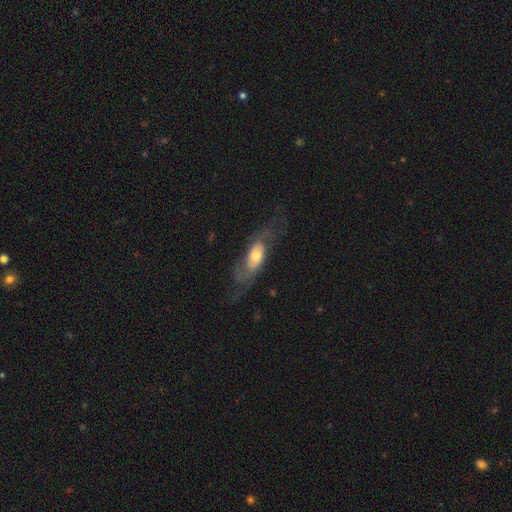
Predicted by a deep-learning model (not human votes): Smooth or featured? featured or disk (62%)
Edge-on disk? no (81%)
Bar? no (69%)
Spiral arms? yes (79%)
Bulge size? moderate (60%)
Merging? none (50%)